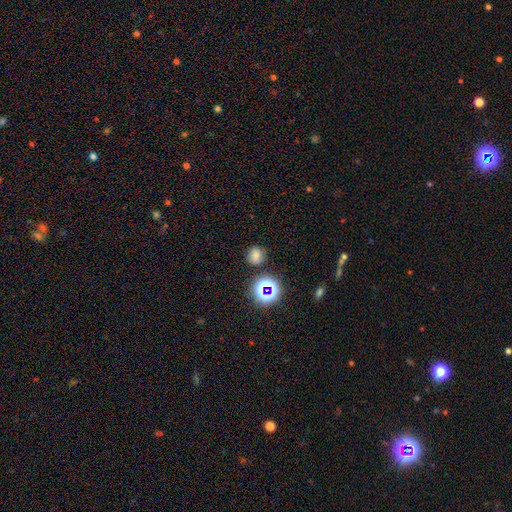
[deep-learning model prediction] Smooth or featured?
  - smooth: 69% *
  - star or artifact: 24%
  - featured or disk: 7%
How rounded?
  - round: 81% *
  - in between: 18%
  - cigar-shaped: 1%
Merging?
  - none: 82% *
  - minor disturbance: 11%
  - major disturbance: 4%
  - merger: 4%